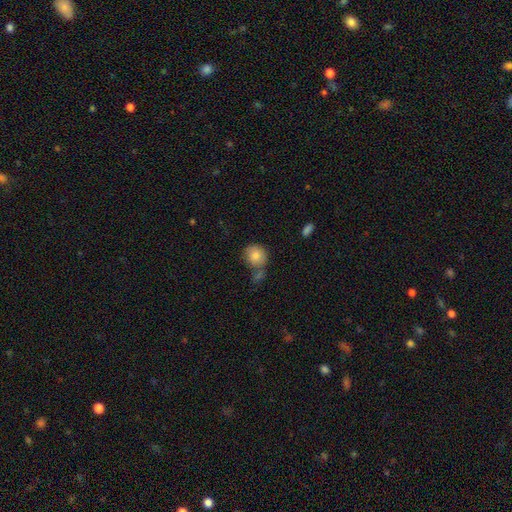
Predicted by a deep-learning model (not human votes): Overall: smooth (81%). How rounded: round (81%). Merging: none (53%; merger 26%).